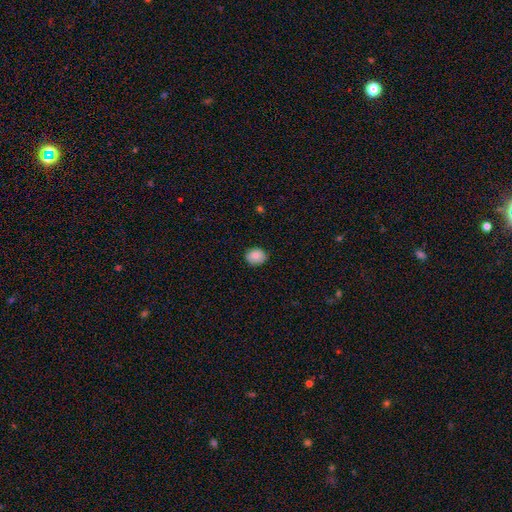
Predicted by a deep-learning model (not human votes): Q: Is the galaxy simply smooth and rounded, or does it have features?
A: smooth — 84%.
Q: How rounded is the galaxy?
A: round — 62%.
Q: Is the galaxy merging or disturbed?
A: none — 86%.